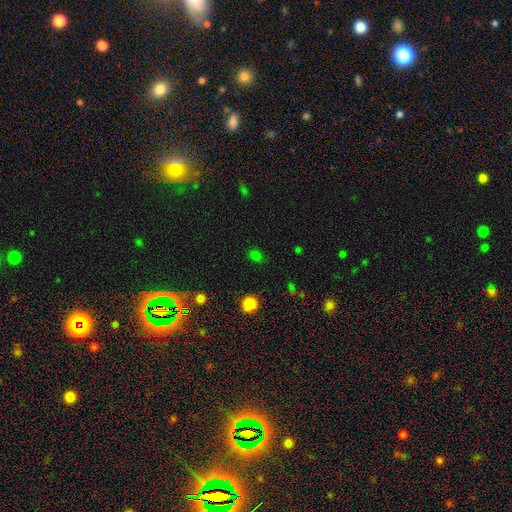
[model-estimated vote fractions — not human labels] Overall: smooth (65%; star or artifact 30%). How rounded: round (65%; in between 33%). Merging: none (84%).